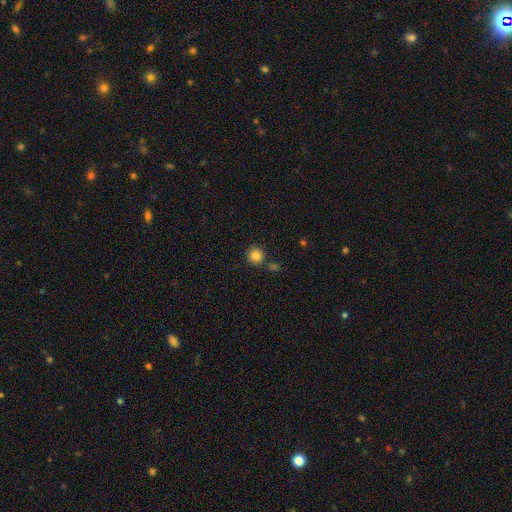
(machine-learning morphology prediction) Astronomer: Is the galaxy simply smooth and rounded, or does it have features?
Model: smooth — 86%.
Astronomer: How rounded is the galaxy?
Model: round — 93%.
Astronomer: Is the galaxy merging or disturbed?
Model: none — 76%.